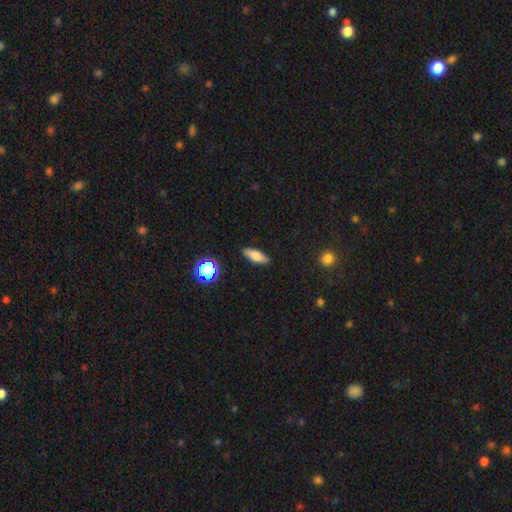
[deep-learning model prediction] Smooth or featured: smooth — 71% (featured or disk — 19%)
How rounded: in between — 61% (cigar-shaped — 35%)
Merging: none — 86% (minor disturbance — 10%)